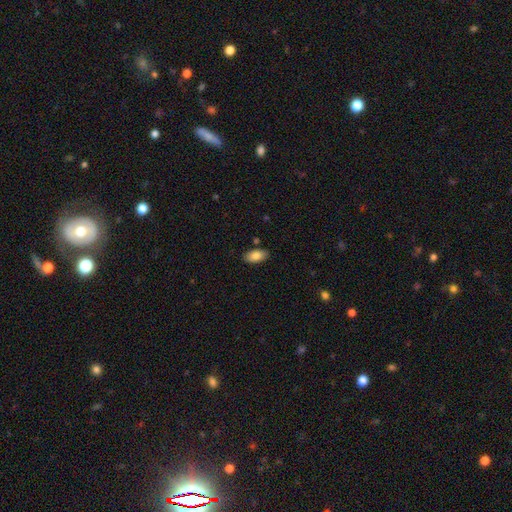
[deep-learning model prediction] A smooth galaxy with no disk features (83%) that is in between round and cigar-shaped (93%). Merging: none (86%).